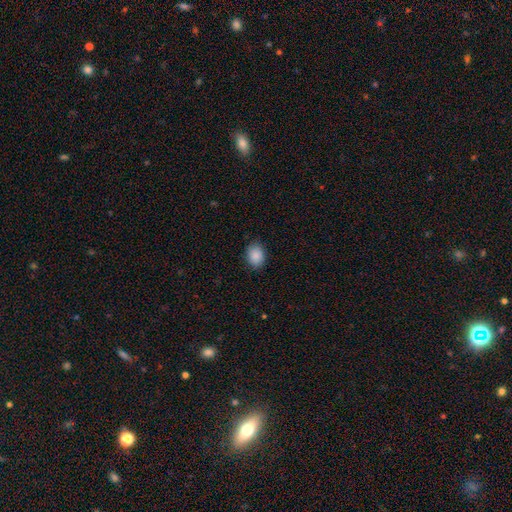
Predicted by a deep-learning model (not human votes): Smooth or featured? Predicted: smooth (p=0.89). How rounded? Predicted: in between (p=0.66). Merging? Predicted: none (p=0.86).